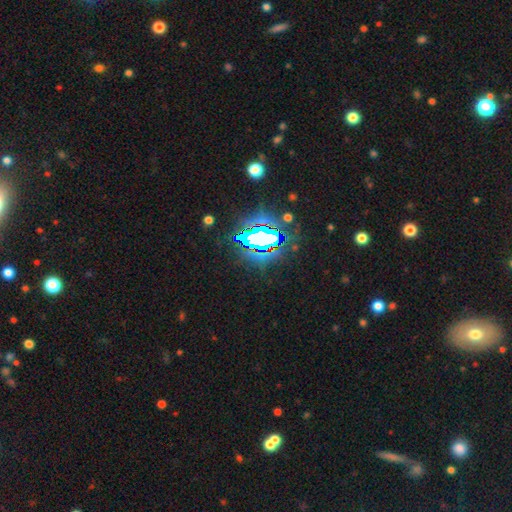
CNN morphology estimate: Smooth or featured? Predicted: star or artifact (p=0.83).